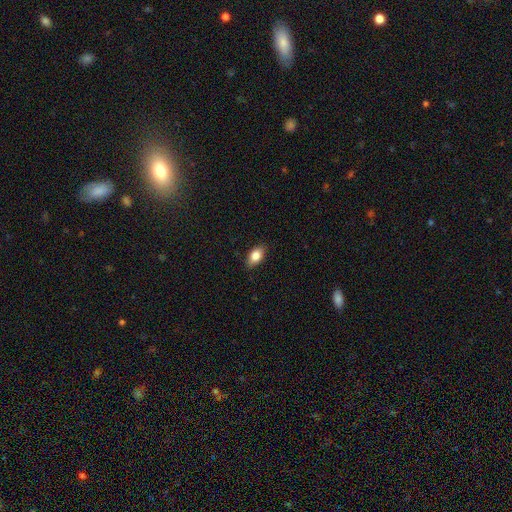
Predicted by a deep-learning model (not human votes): Smooth or featured? Predicted: smooth (p=0.84). How rounded? Predicted: in between (p=0.89). Merging? Predicted: none (p=0.86).